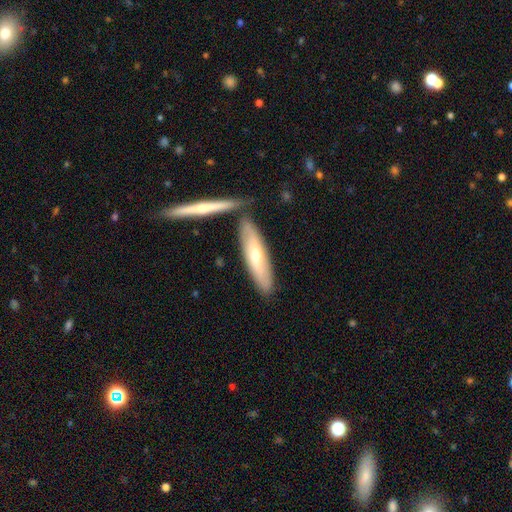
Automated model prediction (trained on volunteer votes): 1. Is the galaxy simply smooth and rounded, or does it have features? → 52% smooth, 42% featured or disk, 6% star or artifact.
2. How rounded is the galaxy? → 70% cigar-shaped, 28% in between, 1% round.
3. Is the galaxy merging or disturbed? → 69% none, 16% merger, 13% minor disturbance, 3% major disturbance.